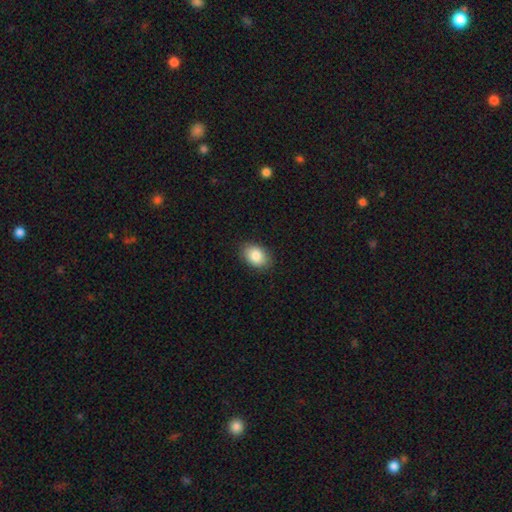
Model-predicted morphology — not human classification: Smooth or featured?
  - smooth: 87% *
  - star or artifact: 7%
  - featured or disk: 6%
How rounded?
  - in between: 82% *
  - round: 17%
  - cigar-shaped: 1%
Merging?
  - none: 87% *
  - minor disturbance: 10%
  - major disturbance: 2%
  - merger: 1%